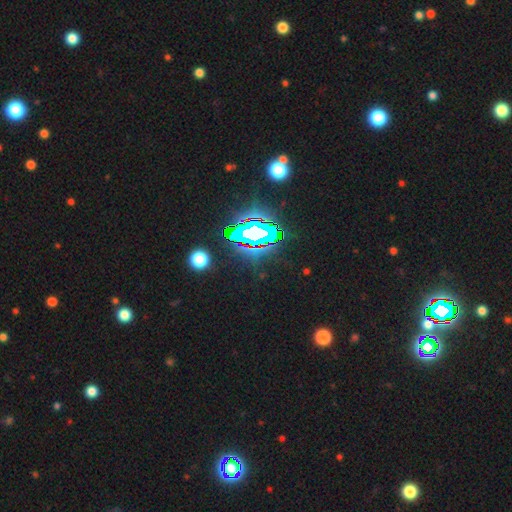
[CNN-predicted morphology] smooth_or_featured: star or artifact (p=0.80) [alt: smooth p=0.11]